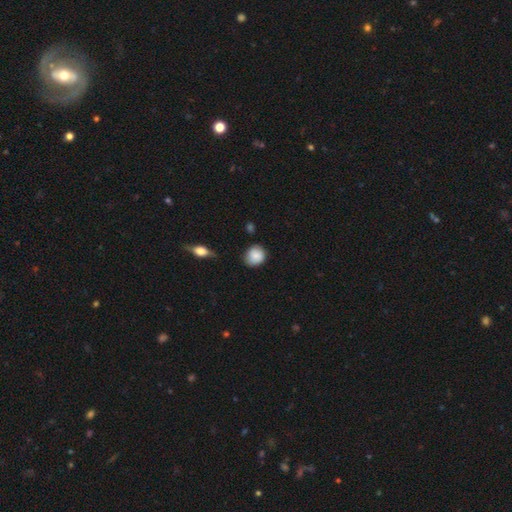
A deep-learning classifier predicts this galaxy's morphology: Smooth or featured: smooth — 85% (star or artifact — 8%)
How rounded: round — 77% (in between — 22%)
Merging: none — 74% (minor disturbance — 20%)